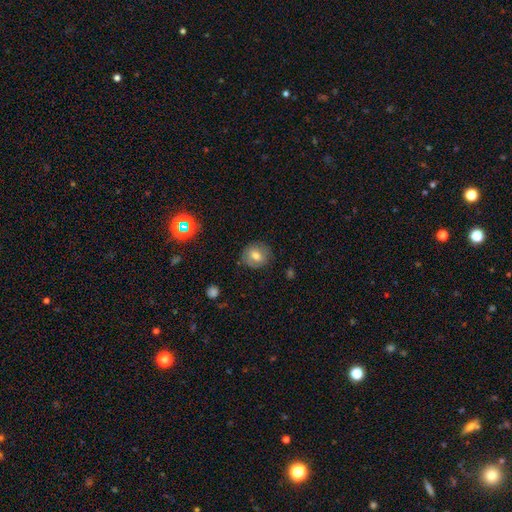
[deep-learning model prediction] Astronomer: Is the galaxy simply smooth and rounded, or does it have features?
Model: smooth — 66%.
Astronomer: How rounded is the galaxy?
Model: round — 76%.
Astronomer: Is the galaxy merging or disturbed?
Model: none — 79%.